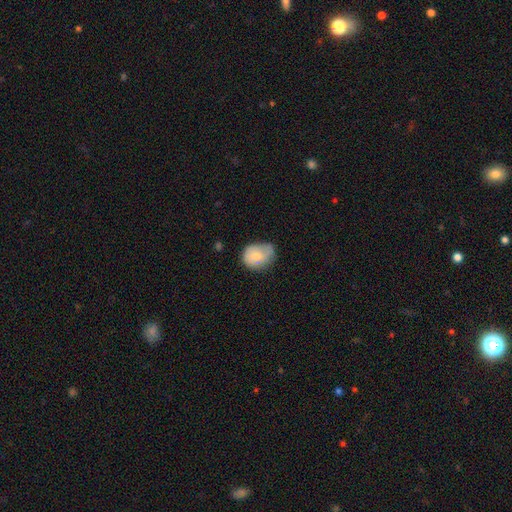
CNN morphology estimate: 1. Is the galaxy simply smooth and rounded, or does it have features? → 75% smooth, 17% featured or disk, 7% star or artifact.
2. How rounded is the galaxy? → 59% in between, 40% round, 1% cigar-shaped.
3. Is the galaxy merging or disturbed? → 44% none, 42% minor disturbance, 12% major disturbance, 2% merger.